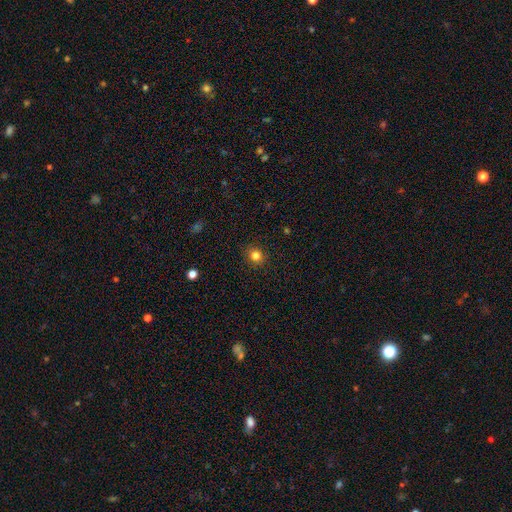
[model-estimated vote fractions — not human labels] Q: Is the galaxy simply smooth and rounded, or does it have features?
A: smooth — 81%.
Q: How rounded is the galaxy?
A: round — 88%.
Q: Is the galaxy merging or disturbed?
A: none — 90%.